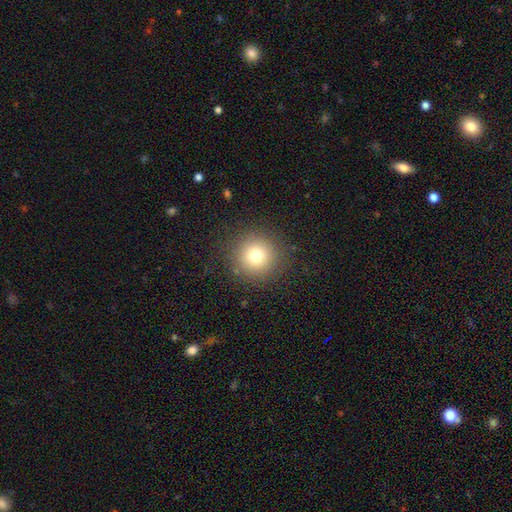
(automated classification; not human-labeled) Smooth or featured?
  - smooth: 75% *
  - star or artifact: 14%
  - featured or disk: 11%
How rounded?
  - round: 95% *
  - in between: 4%
  - cigar-shaped: 1%
Merging?
  - none: 88% *
  - minor disturbance: 7%
  - major disturbance: 4%
  - merger: 1%